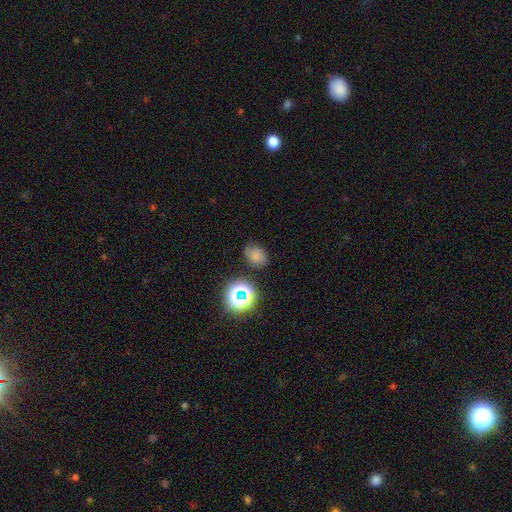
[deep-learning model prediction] Morphology: type=smooth (70%); roundness=in between (62%); merging=none (72%).